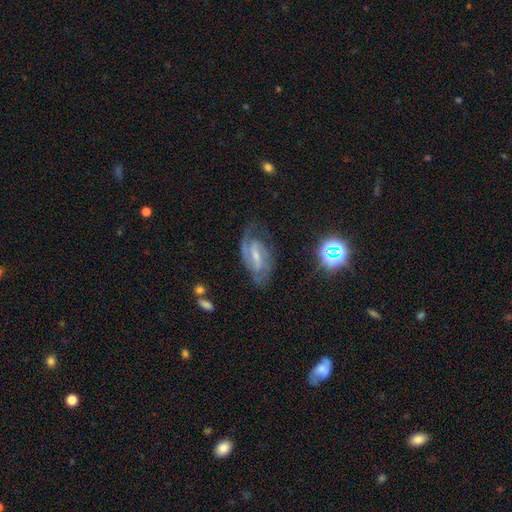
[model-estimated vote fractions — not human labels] This is clearly a featured or disk galaxy (85%). It is clearly not viewed edge-on (96%). Bar: possibly weak (46%). Spiral arm pattern: clearly yes (96%). Spiral arm count: likely 2 (79%). Spiral winding: possibly medium (50%). Central bulge: possibly small (59%). Merging: likely none (72%).